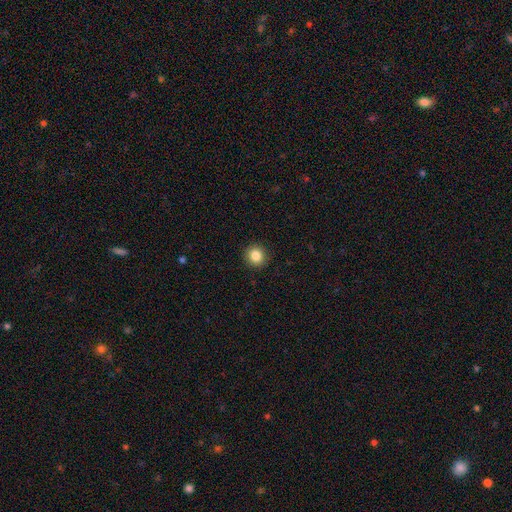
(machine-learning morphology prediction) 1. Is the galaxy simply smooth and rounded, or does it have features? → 85% smooth, 10% star or artifact, 5% featured or disk.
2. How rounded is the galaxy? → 93% round, 6% in between, 1% cigar-shaped.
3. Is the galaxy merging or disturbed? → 92% none, 5% minor disturbance, 2% major disturbance, 1% merger.